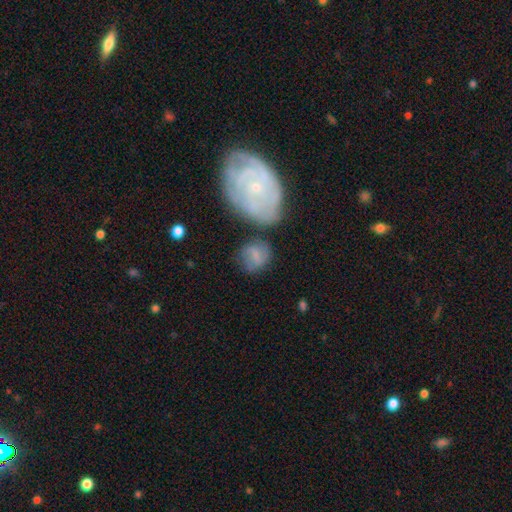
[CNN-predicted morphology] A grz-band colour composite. It shows a smooth galaxy with no disk features (65%) that is round (67%). Merging: none (57%).